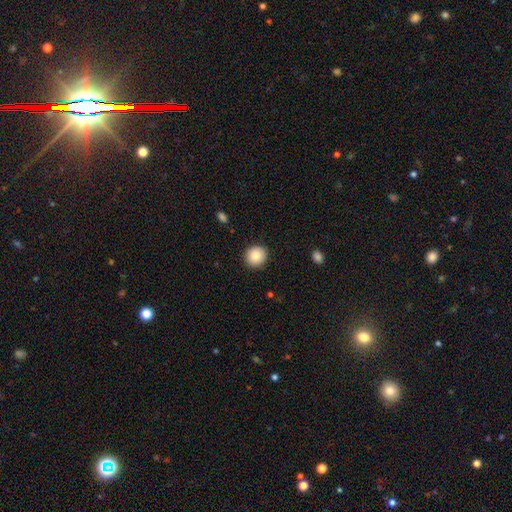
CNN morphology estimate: Overall: smooth (87%). How rounded: round (88%). Merging: none (90%).